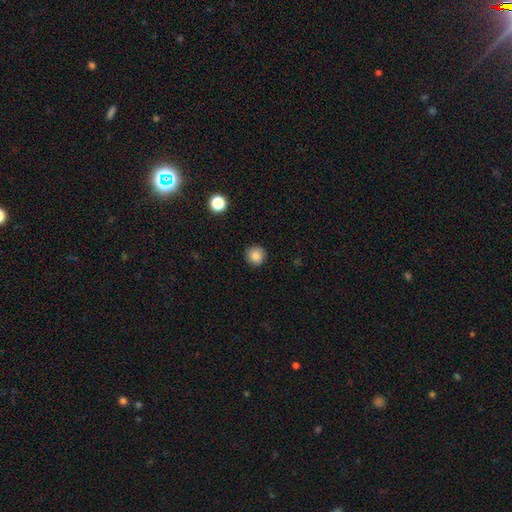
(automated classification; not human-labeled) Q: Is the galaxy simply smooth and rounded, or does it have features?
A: smooth — 86%.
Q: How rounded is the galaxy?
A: round — 94%.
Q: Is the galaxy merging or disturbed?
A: none — 90%.